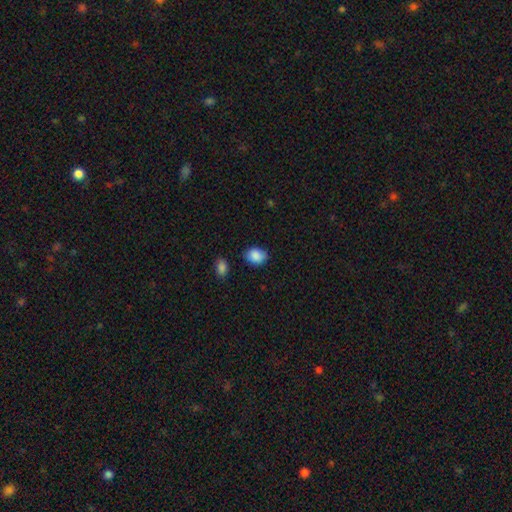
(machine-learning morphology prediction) This is clearly a smooth galaxy (88%). How rounded: likely in between (67%). Merging: likely none (76%).